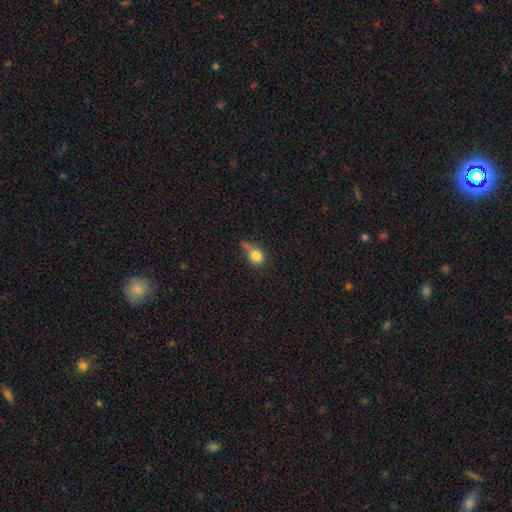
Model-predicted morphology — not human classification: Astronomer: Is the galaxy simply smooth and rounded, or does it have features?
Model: smooth — 78%.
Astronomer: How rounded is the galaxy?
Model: round — 70%.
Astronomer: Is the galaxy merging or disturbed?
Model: none — 40% (runner-up: minor disturbance, 30%).